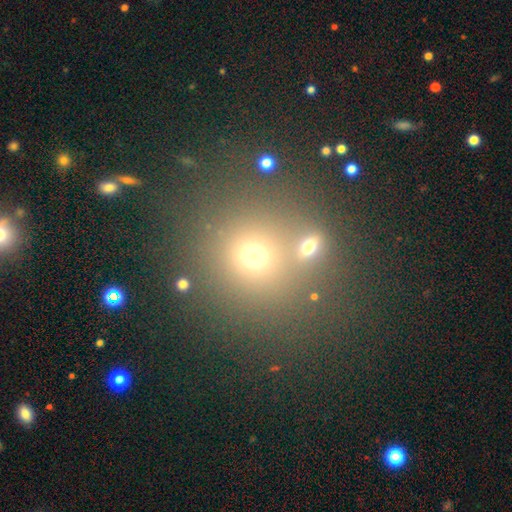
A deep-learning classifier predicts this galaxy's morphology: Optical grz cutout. It shows a smooth galaxy with no disk features (59%) that is round (88%). Merging: none (72%).